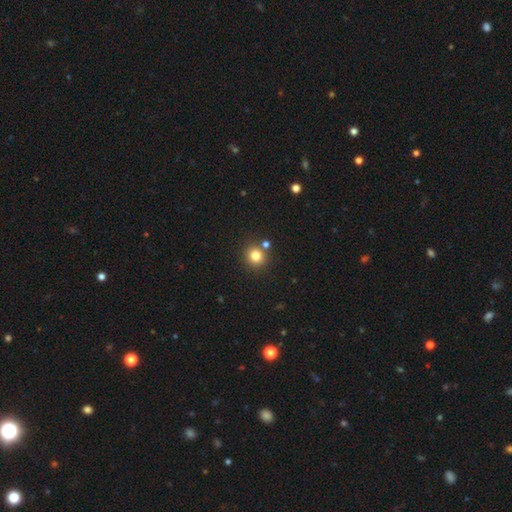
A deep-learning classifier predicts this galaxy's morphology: The model was most divided on "smooth or featured": smooth: 80%, star or artifact: 13%, featured or disk: 6%. More confident: how rounded — round (91%); merging — none (80%).